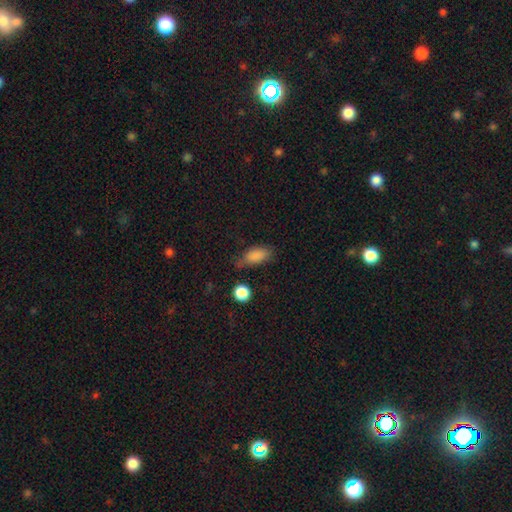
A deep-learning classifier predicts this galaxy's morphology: type=smooth (84%); roundness=in between (86%); merging=none (60%).